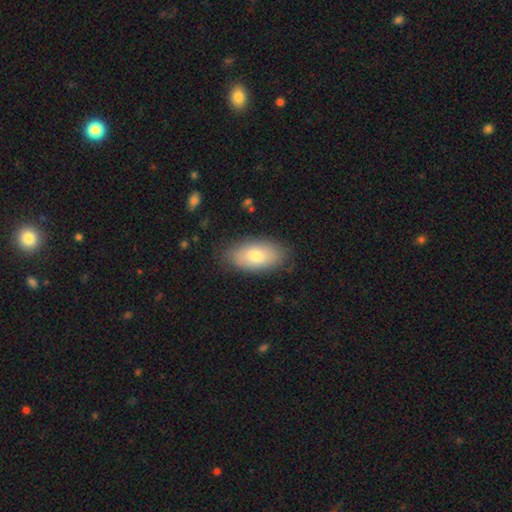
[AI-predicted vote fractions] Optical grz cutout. It shows a smooth galaxy with no disk features (77%) that is in between round and cigar-shaped (93%). Merging: none (83%).